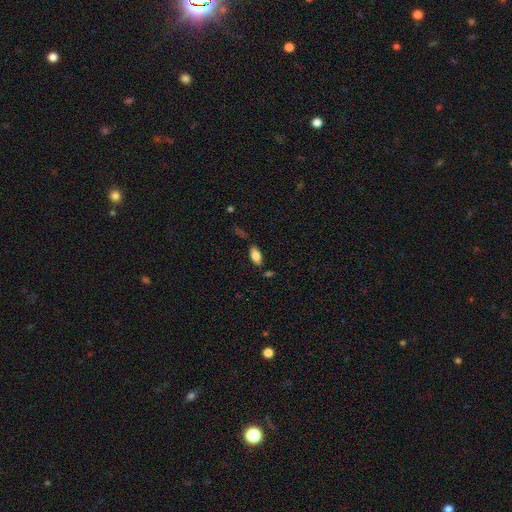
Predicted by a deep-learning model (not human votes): Smooth or featured? smooth (81%)
How rounded? in between (90%)
Merging? none (76%)